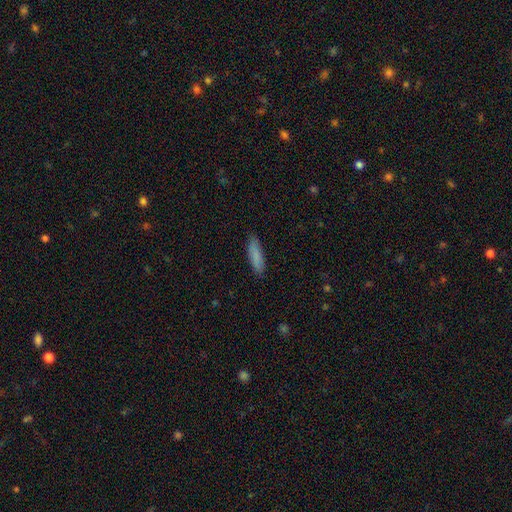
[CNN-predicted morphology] Smooth or featured: smooth — 85% (featured or disk — 9%)
How rounded: cigar-shaped — 70% (in between — 29%)
Merging: none — 87% (minor disturbance — 10%)